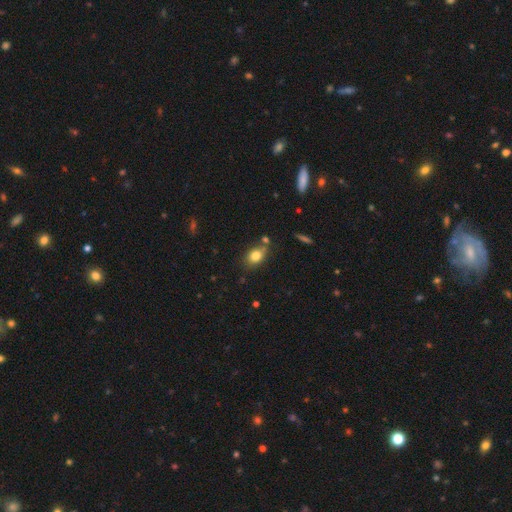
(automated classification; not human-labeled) smooth-or-featured: smooth: 80% | featured or disk: 10% | star or artifact: 10%
  how-rounded: in between: 72% | round: 26% | cigar-shaped: 2%
  merging: none: 66% | minor disturbance: 17% | merger: 13% | major disturbance: 4%